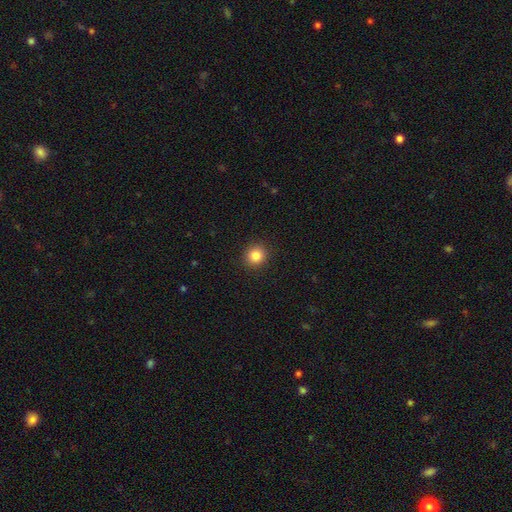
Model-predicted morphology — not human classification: Smooth or featured: smooth — 85% (star or artifact — 11%)
How rounded: round — 89% (in between — 10%)
Merging: none — 92% (minor disturbance — 6%)